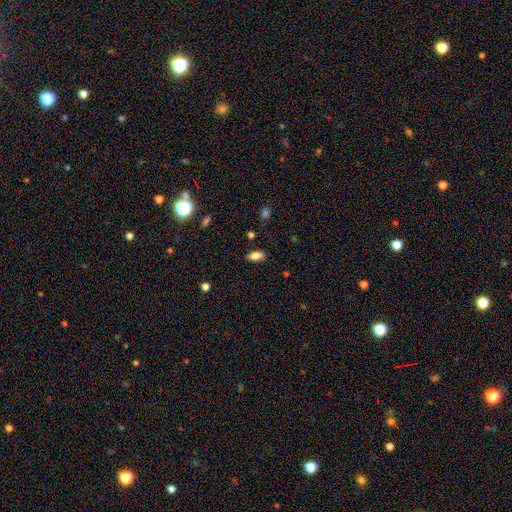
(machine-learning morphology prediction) Smooth or featured? smooth (78%)
How rounded? in between (85%)
Merging? none (84%)